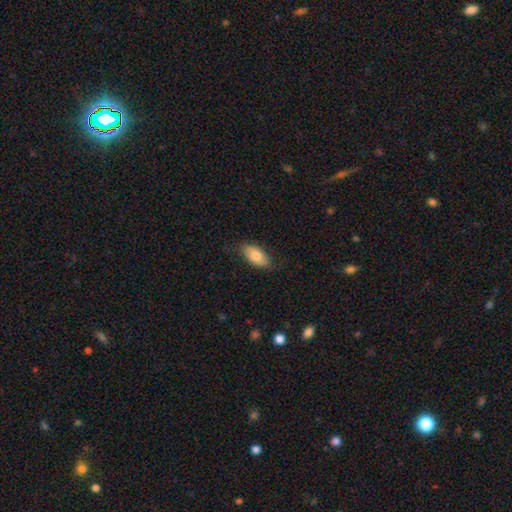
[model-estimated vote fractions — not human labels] Q: Smooth or featured?
A: smooth (79%); runner-up: featured or disk (15%)
Q: How rounded?
A: in between (92%); runner-up: cigar-shaped (5%)
Q: Merging?
A: none (80%); runner-up: minor disturbance (16%)